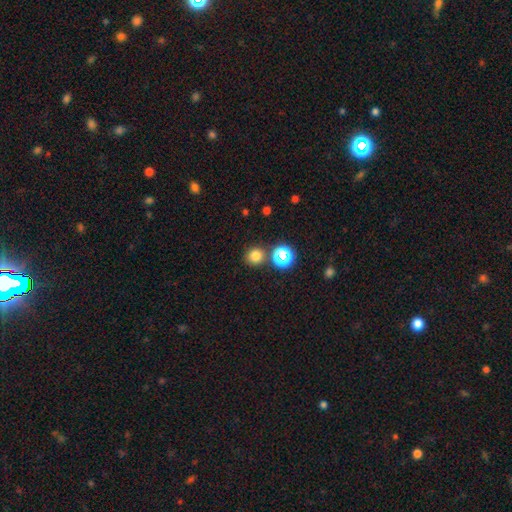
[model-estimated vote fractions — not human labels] Smooth or featured? smooth (76%)
How rounded? round (90%)
Merging? none (79%)